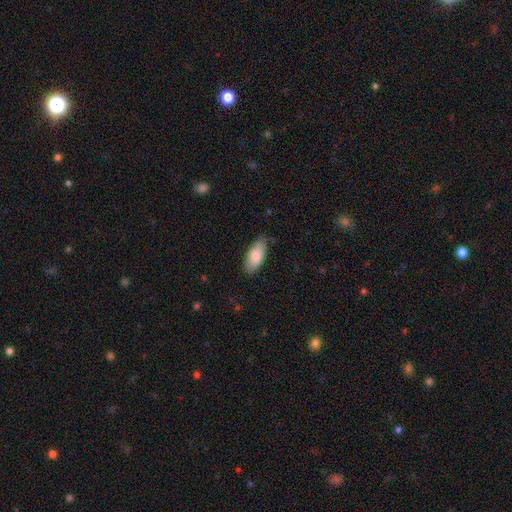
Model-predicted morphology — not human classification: Smooth or featured: smooth — 83% (featured or disk — 11%)
How rounded: in between — 86% (cigar-shaped — 12%)
Merging: none — 80% (minor disturbance — 16%)